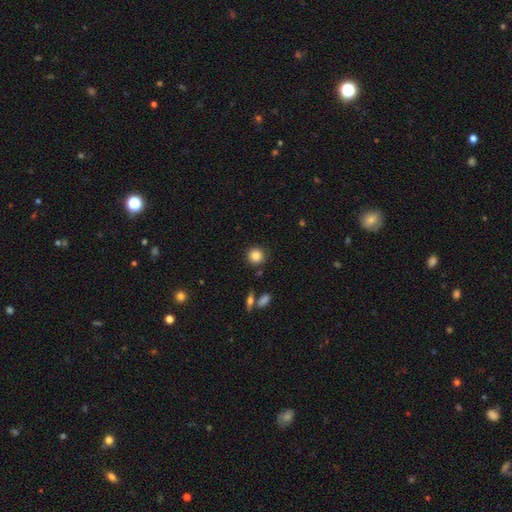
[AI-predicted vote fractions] Morphology: type=smooth (85%); roundness=round (92%); merging=none (86%).